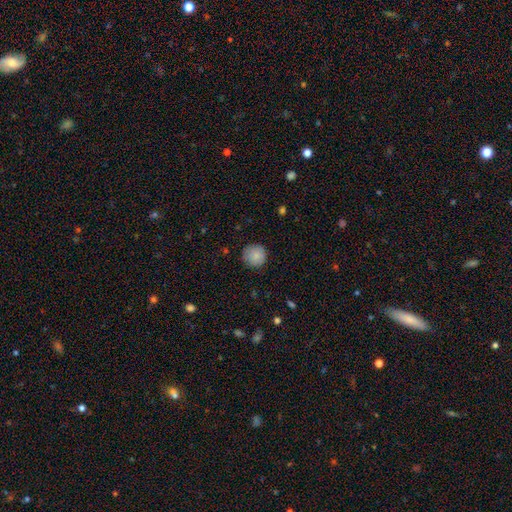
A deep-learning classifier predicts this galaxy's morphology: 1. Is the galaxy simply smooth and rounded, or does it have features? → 85% smooth, 8% star or artifact, 7% featured or disk.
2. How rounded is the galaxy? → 95% round, 4% in between, 1% cigar-shaped.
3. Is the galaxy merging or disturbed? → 86% none, 11% minor disturbance, 2% major disturbance, 1% merger.